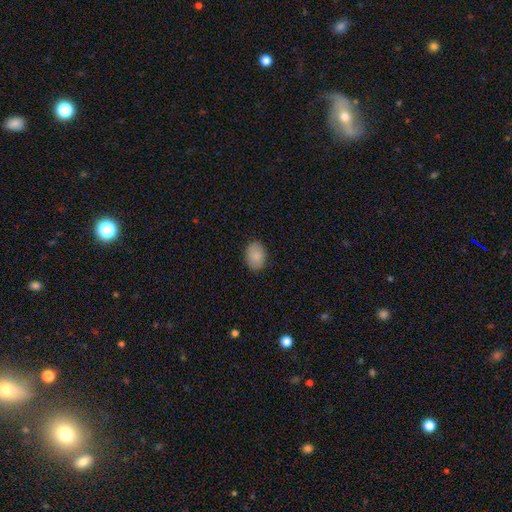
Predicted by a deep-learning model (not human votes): Smooth or featured?
  - smooth: 88% *
  - star or artifact: 7%
  - featured or disk: 4%
How rounded?
  - in between: 76% *
  - round: 23%
  - cigar-shaped: 1%
Merging?
  - none: 86% *
  - minor disturbance: 10%
  - major disturbance: 2%
  - merger: 1%